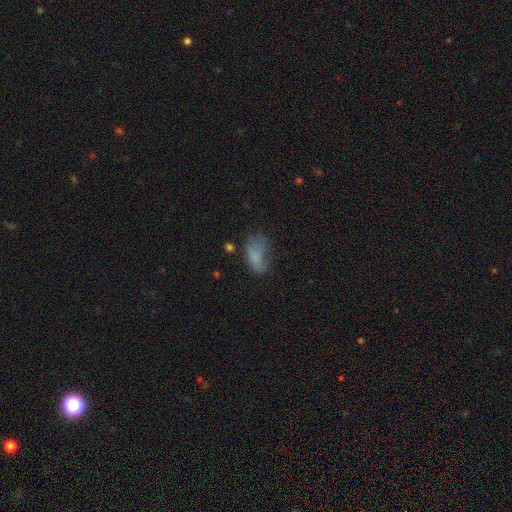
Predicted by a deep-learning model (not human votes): A smooth galaxy with no disk features (71%) that is in between round and cigar-shaped (88%). Merging: none (34%).